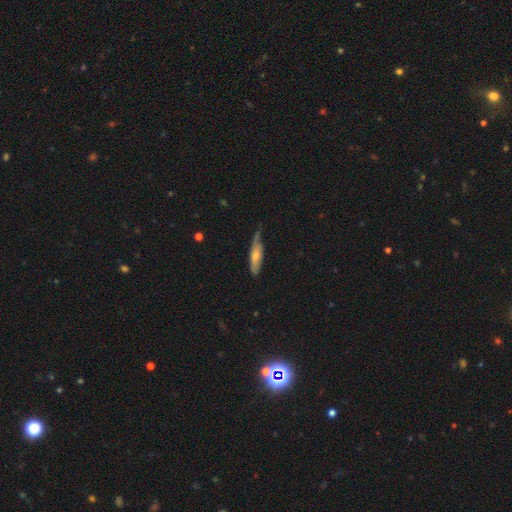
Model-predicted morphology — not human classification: smooth 56%, featured or disk 39%, star or artifact 5%. Down the decision tree: how rounded — cigar-shaped (68%); merging — none (49%).